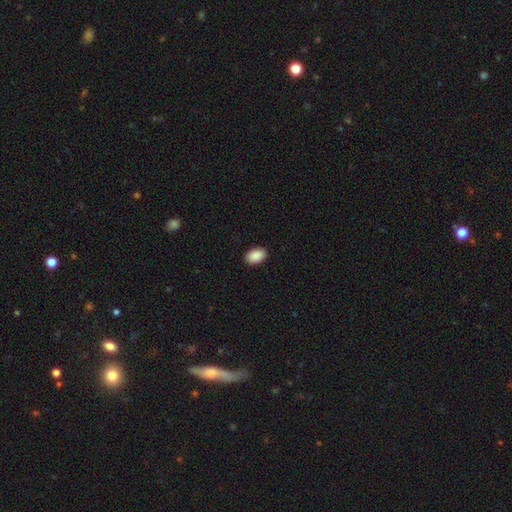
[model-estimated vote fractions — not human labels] This appears to be a smooth galaxy with no disk features (91%) that is in between round and cigar-shaped (91%). Merging: none (90%).